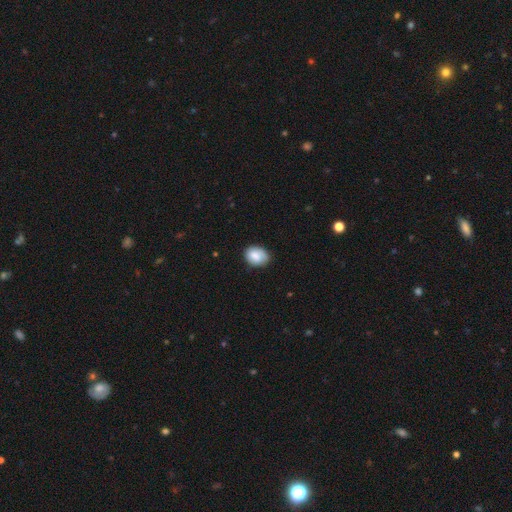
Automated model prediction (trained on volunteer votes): Smooth or featured? Predicted: smooth (p=0.82). How rounded? Predicted: in between (p=0.56). Merging? Predicted: none (p=0.72).